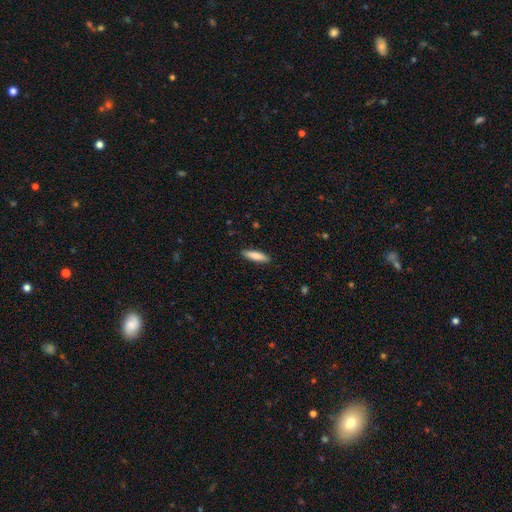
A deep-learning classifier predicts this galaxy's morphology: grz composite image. It shows a smooth galaxy with no disk features (84%) that is cigar-shaped (67%). Merging: none (90%).